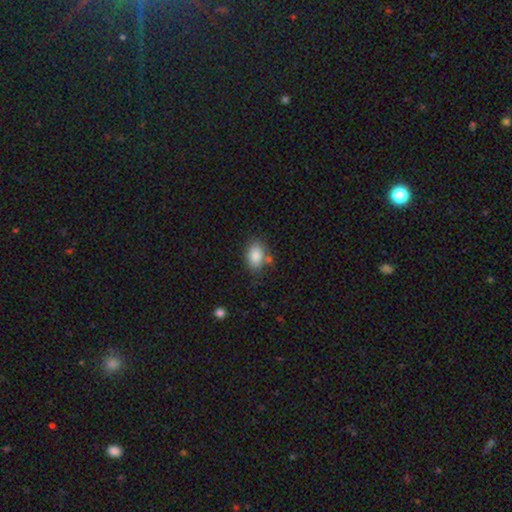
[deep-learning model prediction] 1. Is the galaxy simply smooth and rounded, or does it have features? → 86% smooth, 8% star or artifact, 6% featured or disk.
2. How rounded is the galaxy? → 82% in between, 17% round, 1% cigar-shaped.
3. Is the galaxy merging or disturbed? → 69% none, 18% minor disturbance, 7% merger, 5% major disturbance.